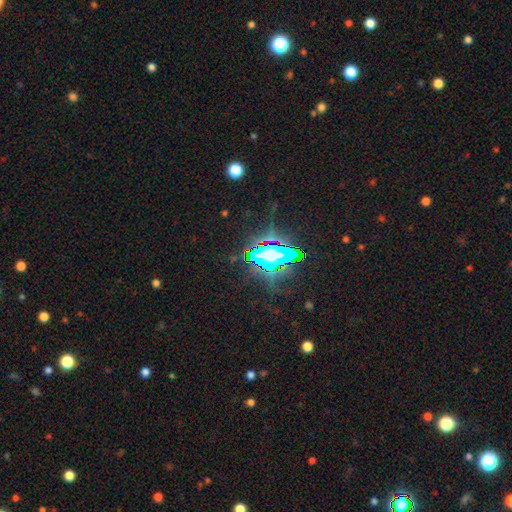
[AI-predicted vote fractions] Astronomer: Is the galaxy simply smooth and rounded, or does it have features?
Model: star or artifact — 79%.